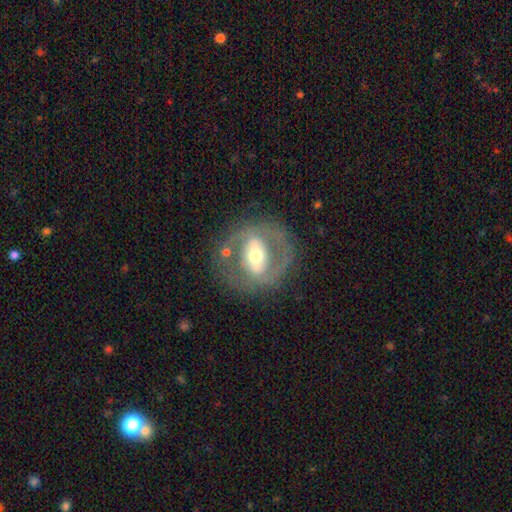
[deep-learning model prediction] A featured or disk galaxy (71%) with a strong bar (45%), no spiral arms (59%) and a moderate central bulge (65%).

Vote fractions:
- Smooth or featured? featured or disk: 71% / smooth: 23% / star or artifact: 6%
- Edge-on disk? no: 93% / yes: 7%
- Bar? strong: 45% / weak: 29% / no: 27%
- Spiral arms? no: 59% / yes: 41%
- Bulge size? moderate: 65% / small: 19% / large: 13% / dominant: 2% / none: 1%
- Merging? none: 73% / minor disturbance: 13% / major disturbance: 11% / merger: 3%